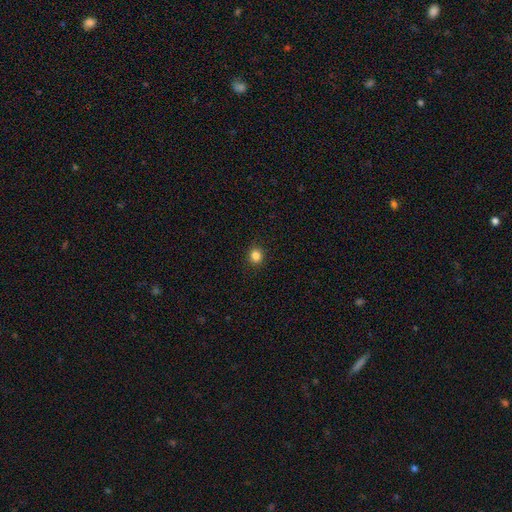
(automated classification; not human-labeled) Smooth or featured? smooth (84%)
How rounded? round (85%)
Merging? none (91%)